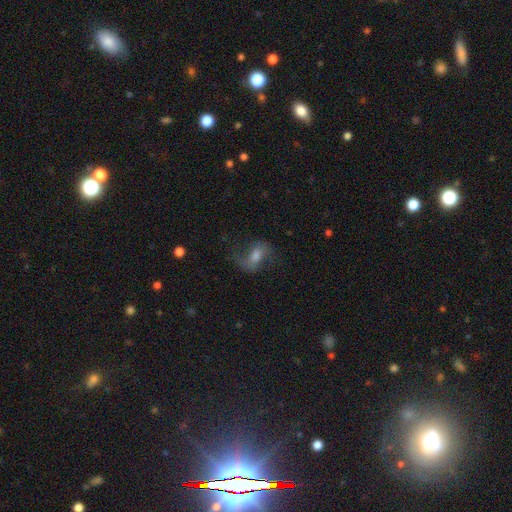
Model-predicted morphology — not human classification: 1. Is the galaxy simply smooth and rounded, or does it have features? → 64% featured or disk, 25% smooth, 11% star or artifact.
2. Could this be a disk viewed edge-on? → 95% no, 5% yes.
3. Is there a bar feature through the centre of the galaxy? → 46% weak, 33% no, 21% strong.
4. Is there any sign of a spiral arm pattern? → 90% yes, 10% no.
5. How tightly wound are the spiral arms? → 66% loose, 28% medium, 6% tight.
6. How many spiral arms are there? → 86% 2, 7% 1, 5% can't tell, 1% 3, 1% 4, 1% more than 4.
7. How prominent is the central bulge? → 54% moderate, 25% small, 13% large, 6% none, 2% dominant.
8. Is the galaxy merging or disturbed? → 63% none, 18% minor disturbance, 17% major disturbance, 2% merger.